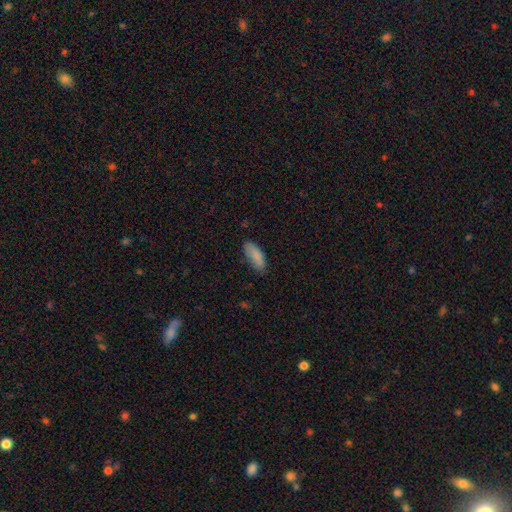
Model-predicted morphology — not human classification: smooth_or_featured: smooth (p=0.87) [alt: star or artifact p=0.07]
how_rounded: in between (p=0.72) [alt: cigar-shaped p=0.26]
merging: none (p=0.75) [alt: minor disturbance p=0.19]